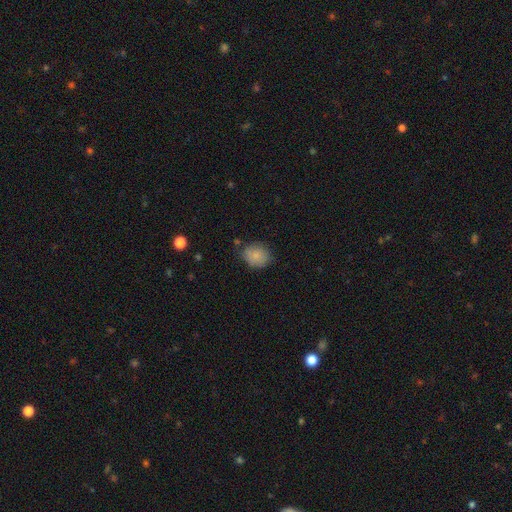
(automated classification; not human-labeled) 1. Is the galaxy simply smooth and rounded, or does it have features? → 83% smooth, 8% star or artifact, 8% featured or disk.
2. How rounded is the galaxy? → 63% round, 36% in between, 1% cigar-shaped.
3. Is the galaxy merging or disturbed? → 70% none, 22% minor disturbance, 5% major disturbance, 3% merger.